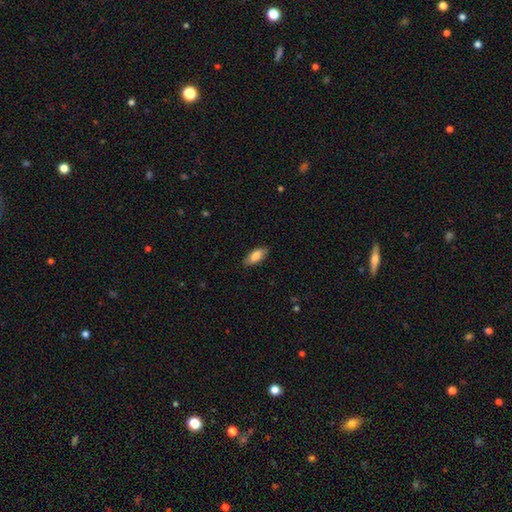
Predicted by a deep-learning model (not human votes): A smooth galaxy with no disk features (83%) that is in between round and cigar-shaped (85%). Merging: none (86%).